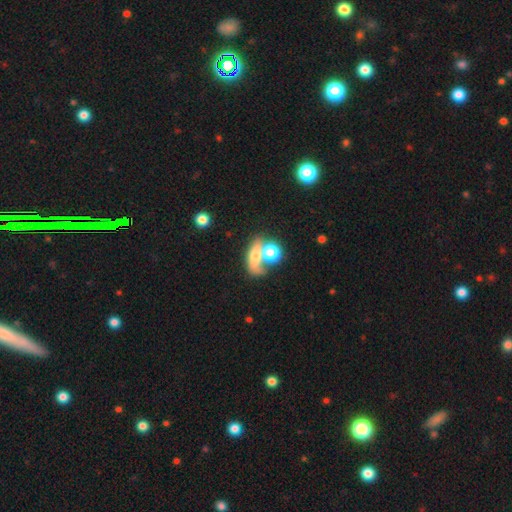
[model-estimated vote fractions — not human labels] smooth_or_featured: smooth (p=0.58) [alt: featured or disk p=0.30]
how_rounded: in between (p=0.58) [alt: round p=0.29]
merging: merger (p=0.51) [alt: none p=0.27]